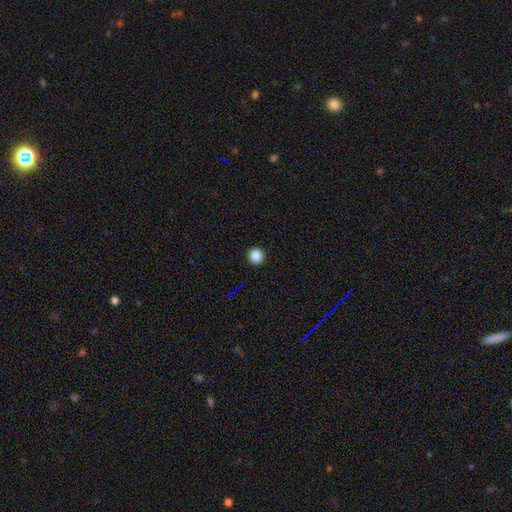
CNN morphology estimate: Q: Smooth or featured?
A: smooth (85%); runner-up: star or artifact (11%)
Q: How rounded?
A: round (95%); runner-up: in between (4%)
Q: Merging?
A: none (94%); runner-up: minor disturbance (4%)